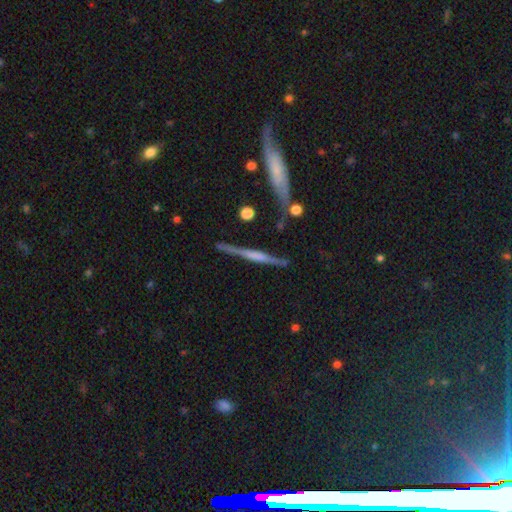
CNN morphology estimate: The model was most divided on "edge-on bulge": none: 35%, rounded: 34%, boxy: 31%. More confident: edge-on disk — yes (96%); merging — none (77%); smooth or featured — featured or disk (71%).